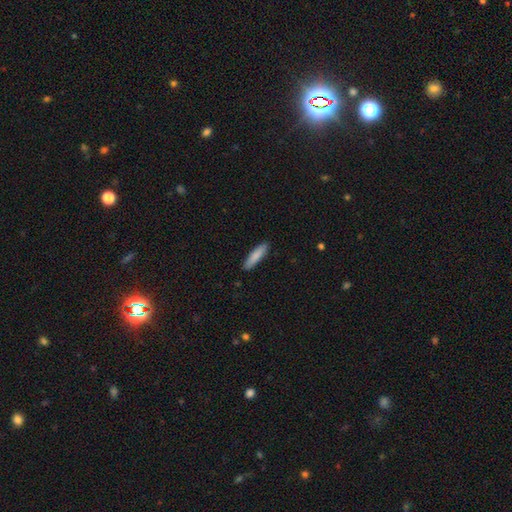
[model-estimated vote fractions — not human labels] A smooth galaxy with no disk features (85%) that is cigar-shaped (78%).

Vote fractions:
- Smooth or featured? smooth: 85% / featured or disk: 10% / star or artifact: 5%
- How rounded? cigar-shaped: 78% / in between: 21% / round: 1%
- Merging? none: 89% / minor disturbance: 8% / major disturbance: 2% / merger: 1%